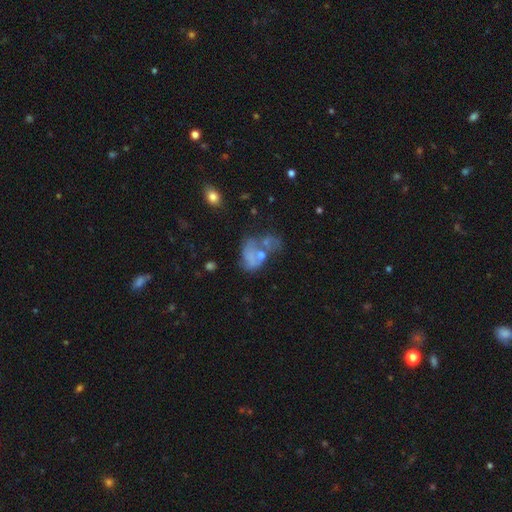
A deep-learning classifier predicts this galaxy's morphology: featured or disk 43% (tied), smooth 43% (tied), star or artifact 15%. Down the decision tree: merging — merger (41%).